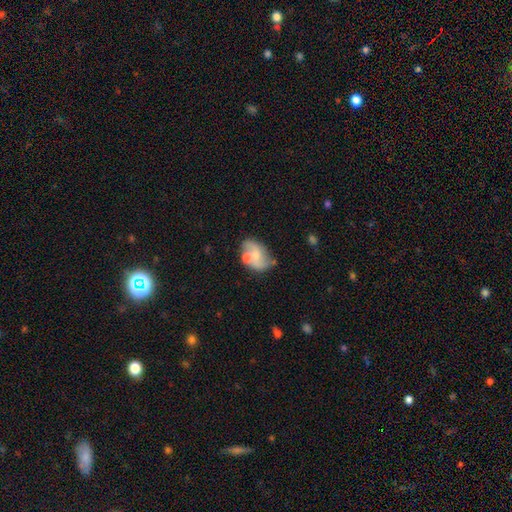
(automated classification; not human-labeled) Smooth or featured?
  - featured or disk: 60% *
  - smooth: 33%
  - star or artifact: 7%
Edge-on disk?
  - no: 97% *
  - yes: 3%
Bar?
  - no: 61% *
  - weak: 32%
  - strong: 7%
Spiral arms?
  - yes: 76% *
  - no: 24%
Bulge size?
  - small: 48% *
  - moderate: 39%
  - none: 9%
  - large: 3%
  - dominant: 1%
Merging?
  - none: 49% *
  - merger: 21%
  - minor disturbance: 21%
  - major disturbance: 8%